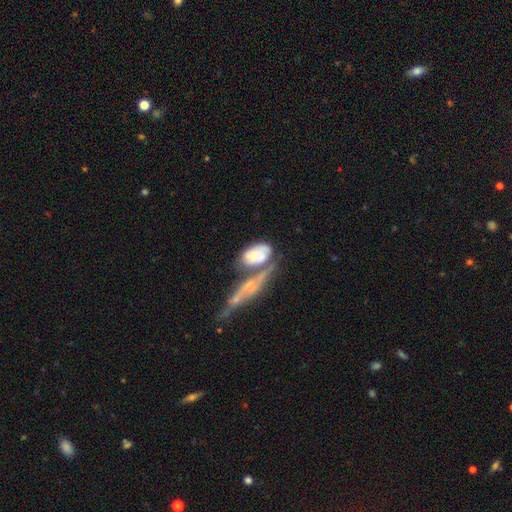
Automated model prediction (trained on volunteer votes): Smooth or featured? Predicted: smooth (p=0.52). How rounded? Predicted: in between (p=0.87). Merging? Predicted: merger (p=0.52).